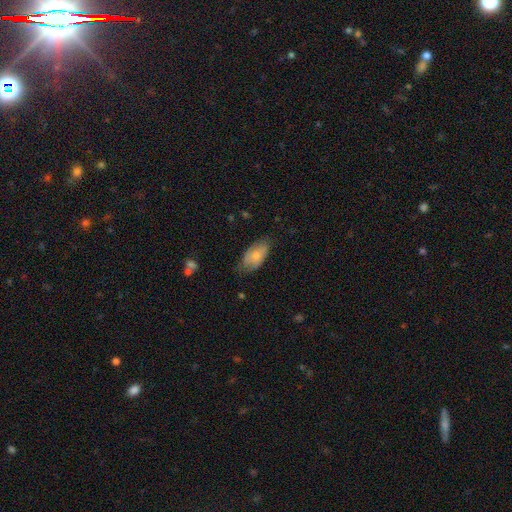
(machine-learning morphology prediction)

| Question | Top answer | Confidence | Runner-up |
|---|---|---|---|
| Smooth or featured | smooth | 70% | featured or disk (24%) |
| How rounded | in between | 93% | round (4%) |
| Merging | none | 60% | minor disturbance (30%) |